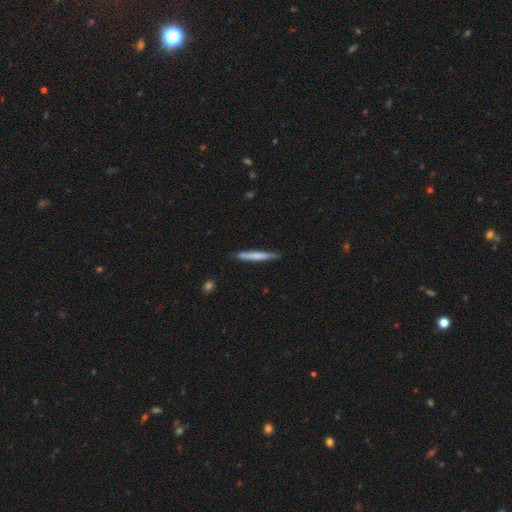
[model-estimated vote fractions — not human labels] Smooth or featured: smooth — 61% (featured or disk — 34%)
How rounded: cigar-shaped — 96% (in between — 3%)
Merging: none — 85% (minor disturbance — 12%)